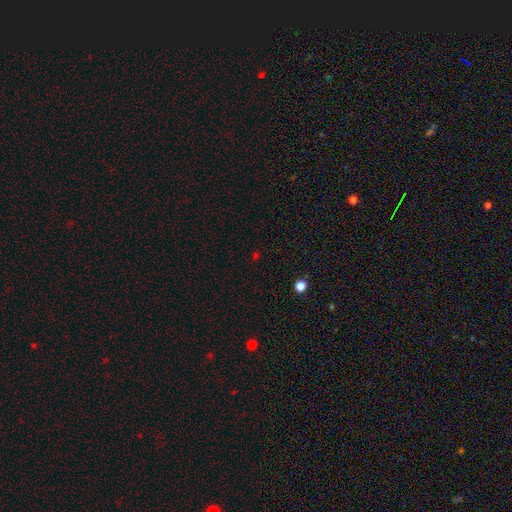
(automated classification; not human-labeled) A star or artifact, not a galaxy (56%).

Vote fractions:
- Smooth or featured? star or artifact: 56% / smooth: 37% / featured or disk: 6%